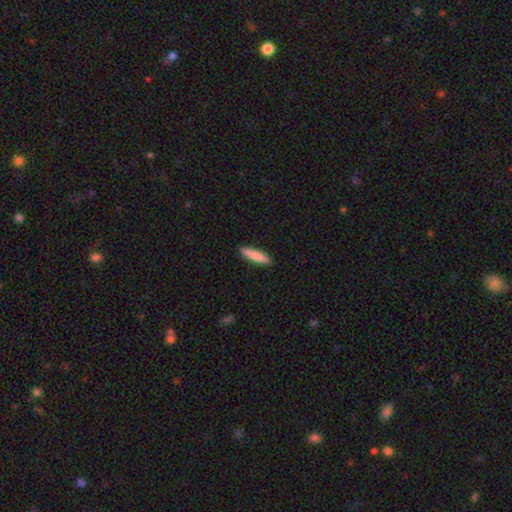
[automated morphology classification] A smooth galaxy with no disk features (82%) that is cigar-shaped (79%).

Vote fractions:
- Smooth or featured? smooth: 82% / featured or disk: 13% / star or artifact: 5%
- How rounded? cigar-shaped: 79% / in between: 20% / round: 1%
- Merging? none: 90% / minor disturbance: 7% / major disturbance: 2% / merger: 1%